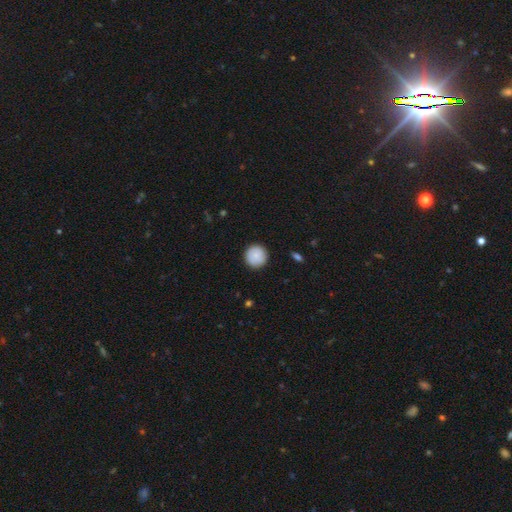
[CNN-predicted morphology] This appears to be a smooth galaxy with no disk features (87%) that is round (94%). Merging: none (90%).